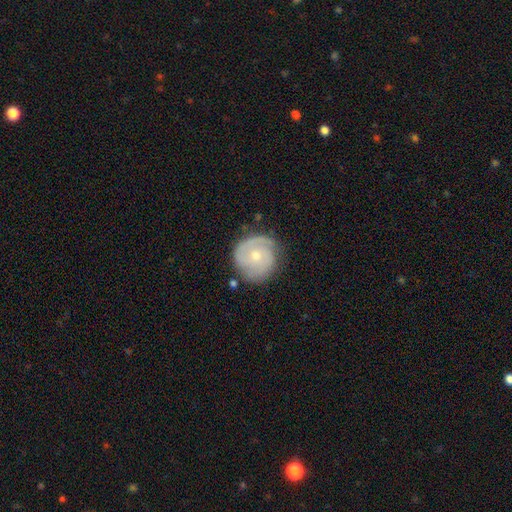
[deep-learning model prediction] This appears to be a featured or disk galaxy (69%) with no bar (75%), 2 (43%) tight (60%) spiral arms (88%) and a small central bulge (53%). Merging: none (73%).